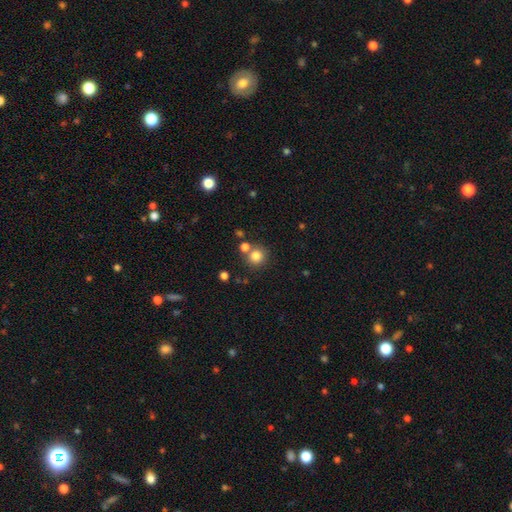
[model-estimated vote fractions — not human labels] Smooth or featured? smooth (81%)
How rounded? round (89%)
Merging? none (68%)